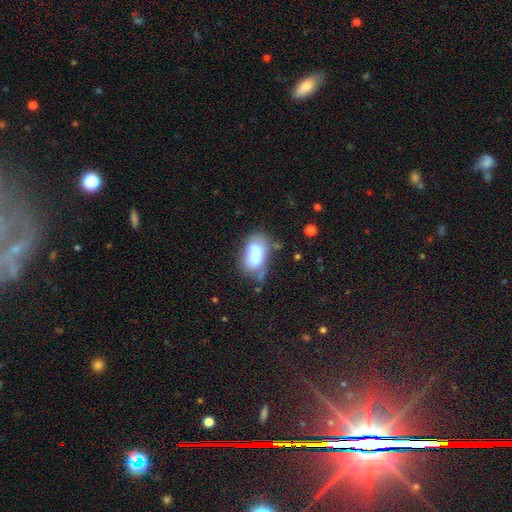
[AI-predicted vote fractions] smooth 76%, featured or disk 16%, star or artifact 8%. Down the decision tree: how rounded — in between (91%); merging — none (38%).